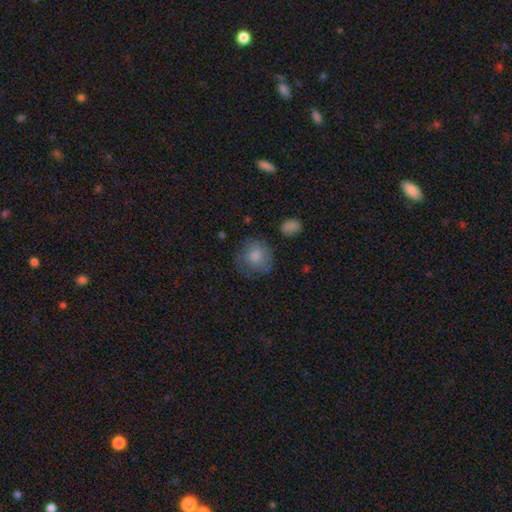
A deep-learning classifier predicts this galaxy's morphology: This is likely a smooth galaxy (78%). How rounded: clearly round (87%). Merging: likely none (69%).